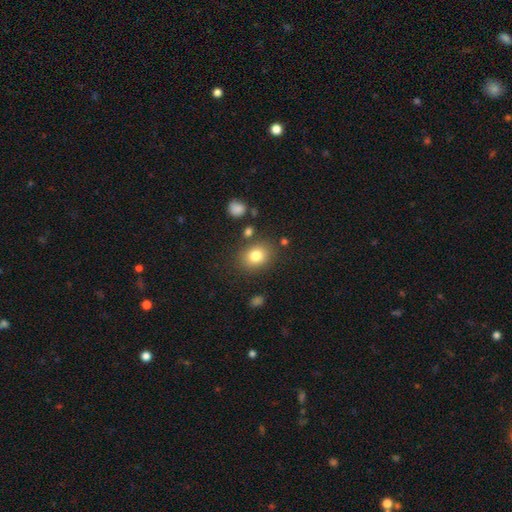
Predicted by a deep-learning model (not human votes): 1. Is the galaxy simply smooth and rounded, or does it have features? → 80% smooth, 11% star or artifact, 9% featured or disk.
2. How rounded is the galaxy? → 53% round, 46% in between, 1% cigar-shaped.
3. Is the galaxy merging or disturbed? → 81% none, 11% minor disturbance, 4% merger, 4% major disturbance.